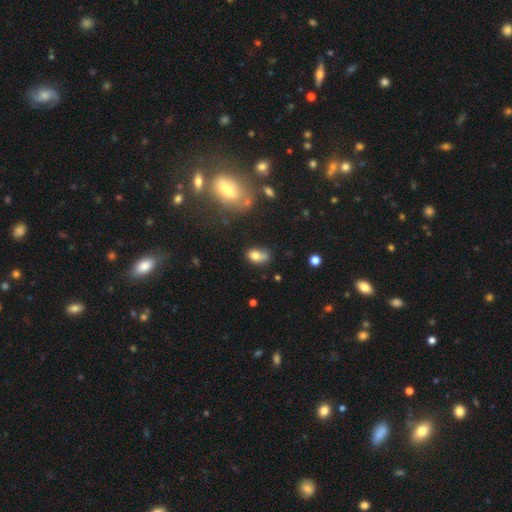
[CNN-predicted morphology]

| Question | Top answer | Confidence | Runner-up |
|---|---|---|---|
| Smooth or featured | smooth | 74% | featured or disk (15%) |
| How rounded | in between | 81% | round (16%) |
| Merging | none | 44% | minor disturbance (28%) |